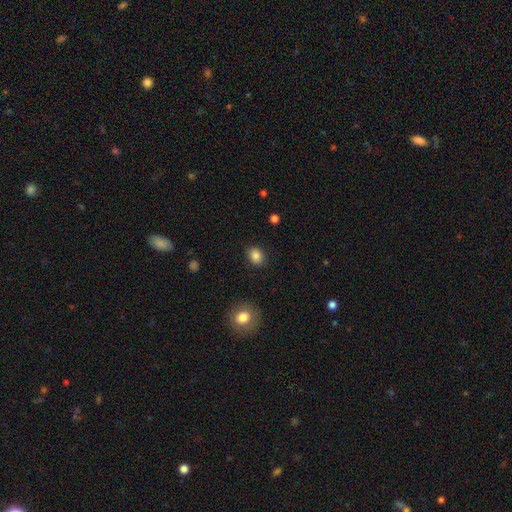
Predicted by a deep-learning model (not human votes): This appears to be a smooth galaxy with no disk features (85%) that is in between round and cigar-shaped (51%). Merging: none (88%).